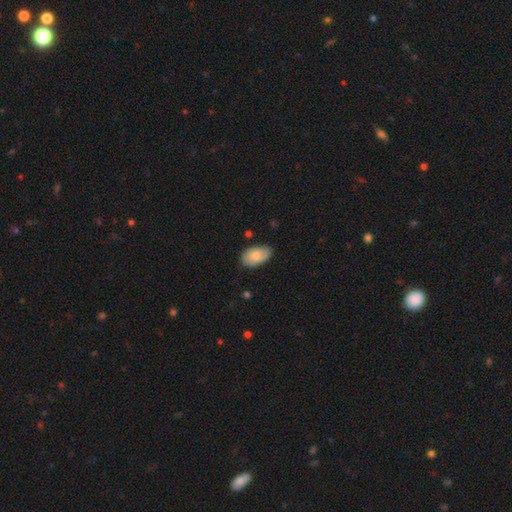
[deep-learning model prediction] smooth-or-featured: smooth: 77% | featured or disk: 17% | star or artifact: 6%
  how-rounded: in between: 93% | round: 6% | cigar-shaped: 1%
  merging: none: 68% | minor disturbance: 27% | major disturbance: 4% | merger: 2%